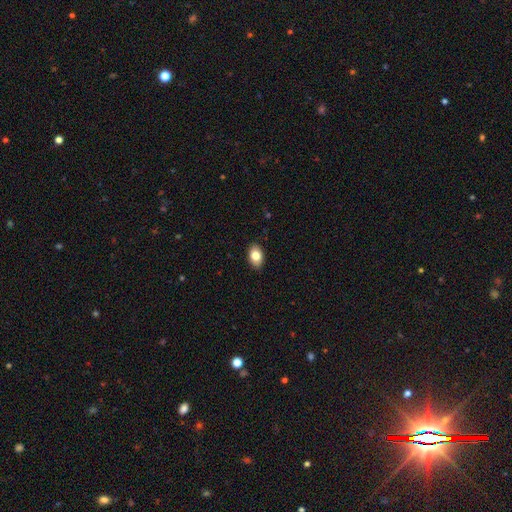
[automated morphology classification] smooth 81%, featured or disk 11%, star or artifact 8%. Down the decision tree: how rounded — in between (88%); merging — none (88%).